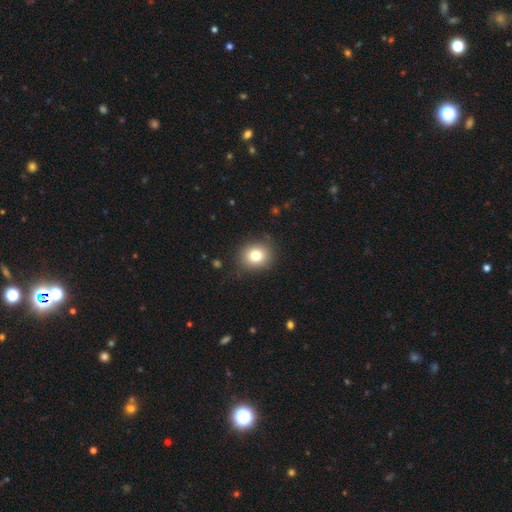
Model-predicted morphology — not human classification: This is likely a smooth galaxy (79%). How rounded: likely round (74%). Merging: clearly none (84%).